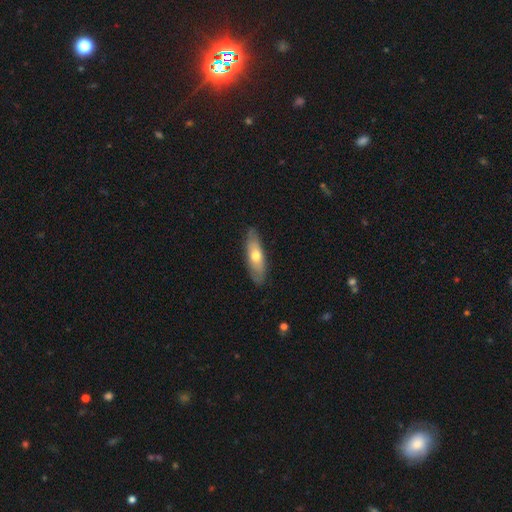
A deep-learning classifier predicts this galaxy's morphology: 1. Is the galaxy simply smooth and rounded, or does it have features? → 57% smooth, 38% featured or disk, 5% star or artifact.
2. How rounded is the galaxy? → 54% in between, 43% cigar-shaped, 3% round.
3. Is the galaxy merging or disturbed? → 83% none, 13% minor disturbance, 3% major disturbance, 1% merger.